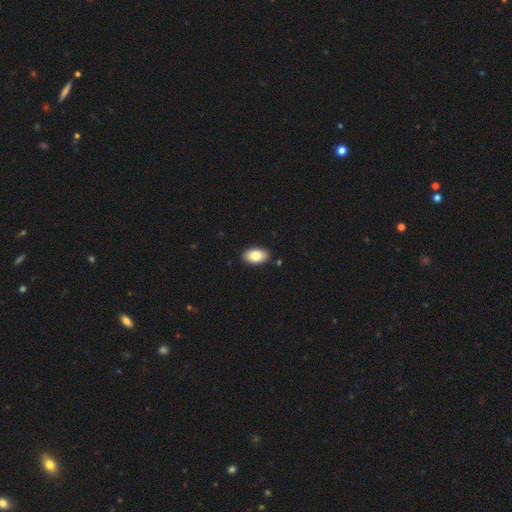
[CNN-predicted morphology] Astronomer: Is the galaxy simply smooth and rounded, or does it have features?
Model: smooth — 81%.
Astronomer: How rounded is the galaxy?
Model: in between — 93%.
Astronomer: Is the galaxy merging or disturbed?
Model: none — 89%.